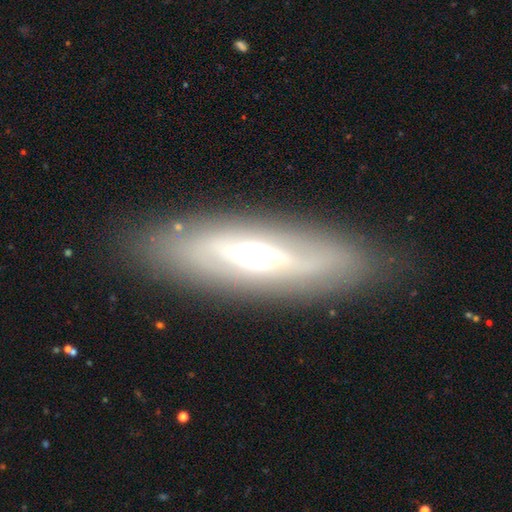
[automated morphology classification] Smooth or featured? Predicted: featured or disk (p=0.65). Edge-on disk? Predicted: no (p=0.59). Merging? Predicted: none (p=0.84).